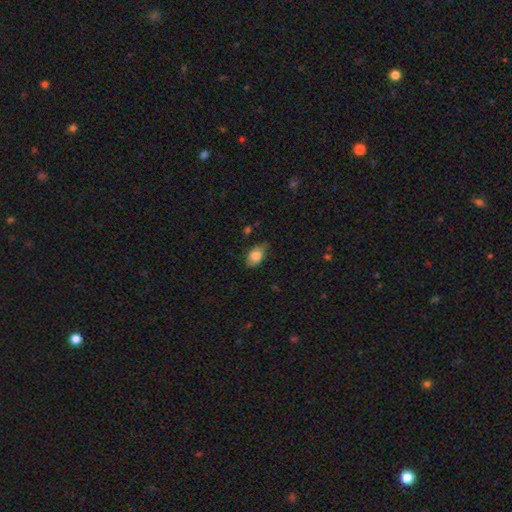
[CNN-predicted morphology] The model was most divided on "merging": none: 63%, minor disturbance: 29%, major disturbance: 7%, merger: 1%. More confident: how rounded — in between (88%); smooth or featured — smooth (73%).